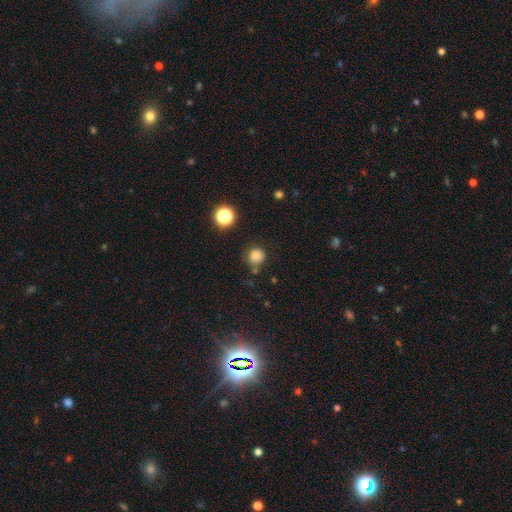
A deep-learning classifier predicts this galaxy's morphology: This appears to be a smooth galaxy with no disk features (81%) that is round (92%). Merging: none (75%).